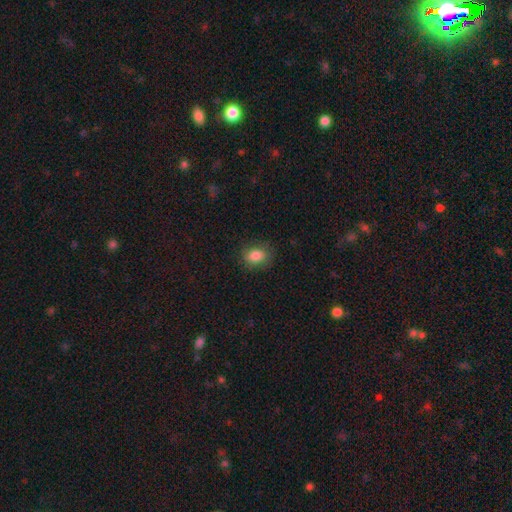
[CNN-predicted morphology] Q: Smooth or featured?
A: smooth (85%); runner-up: star or artifact (9%)
Q: How rounded?
A: in between (66%); runner-up: round (32%)
Q: Merging?
A: none (83%); runner-up: minor disturbance (12%)